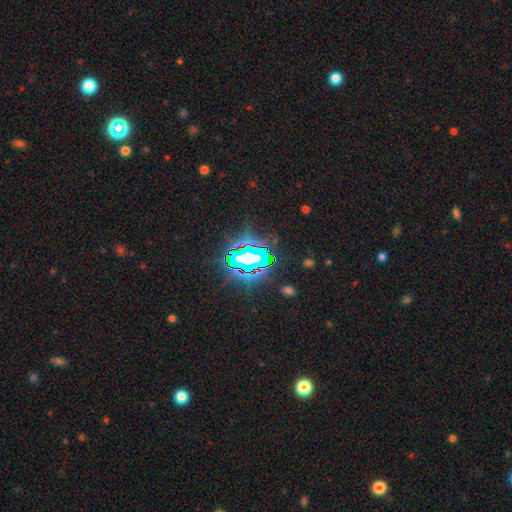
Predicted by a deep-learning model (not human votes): This appears to be a star or artifact, not a galaxy (82%).